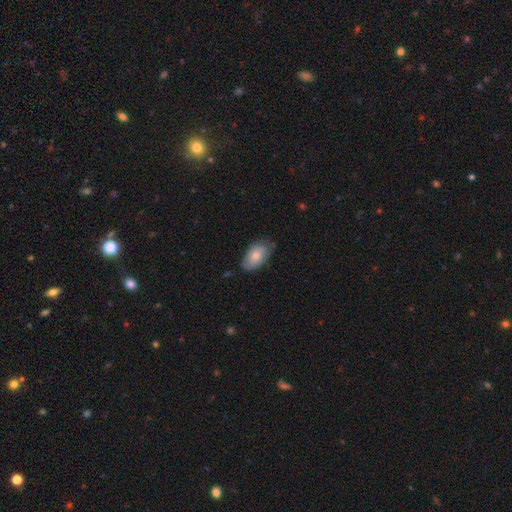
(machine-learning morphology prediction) Smooth or featured? smooth (76%)
How rounded? in between (93%)
Merging? none (69%)